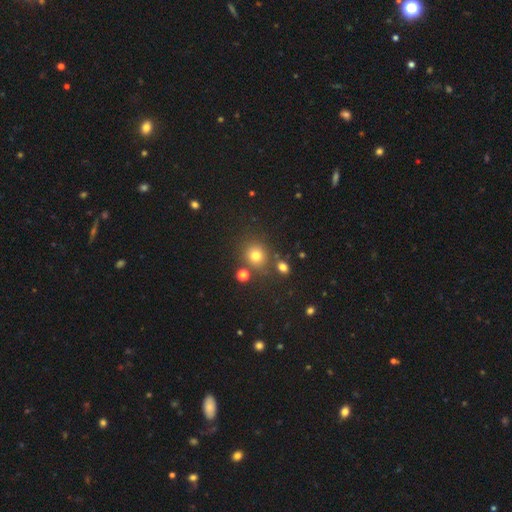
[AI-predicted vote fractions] A smooth galaxy with no disk features (75%) that is round (84%).

Vote fractions:
- Smooth or featured? smooth: 75% / star or artifact: 17% / featured or disk: 8%
- How rounded? round: 84% / in between: 15% / cigar-shaped: 1%
- Merging? none: 75% / merger: 11% / minor disturbance: 10% / major disturbance: 4%